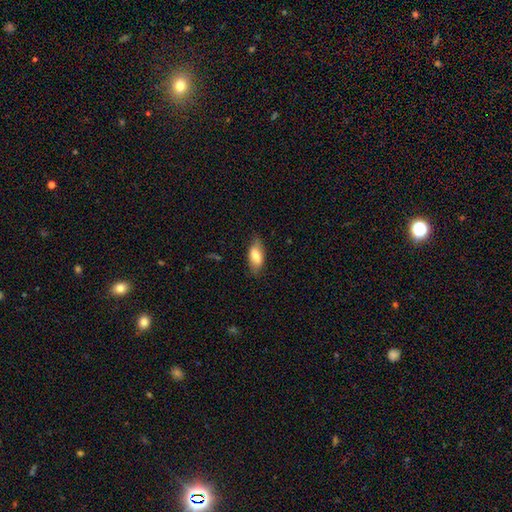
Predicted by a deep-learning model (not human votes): A smooth galaxy with no disk features (74%) that is in between round and cigar-shaped (85%). Merging: none (75%).